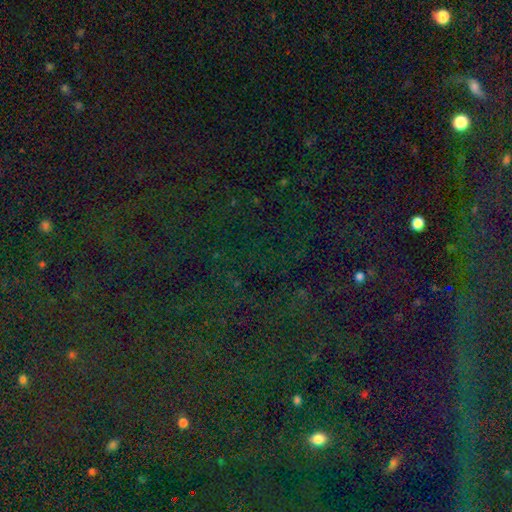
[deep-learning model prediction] Morphology: type=star or artifact (82%).